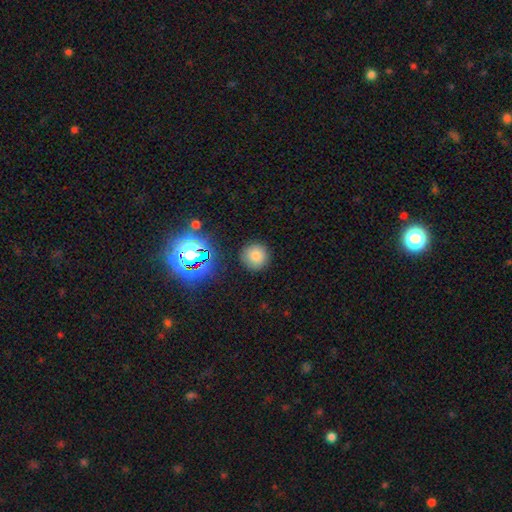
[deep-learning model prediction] Morphology: type=smooth (78%); roundness=round (94%); merging=none (88%).